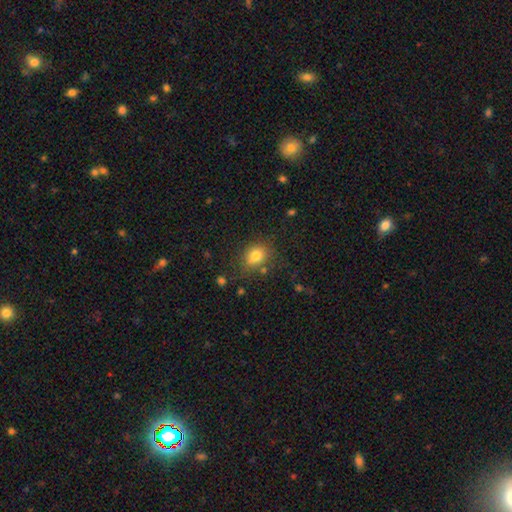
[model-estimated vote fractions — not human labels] Morphology: type=smooth (80%); roundness=round (53%); merging=none (73%).